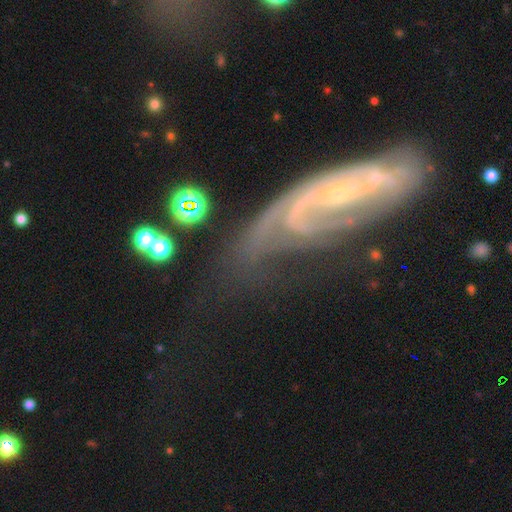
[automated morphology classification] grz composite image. It shows a featured or disk galaxy (84%) with no bar (43%), 2 (55%) tight (47%) spiral arms (95%) and a small central bulge (75%). Merging: none (51%).